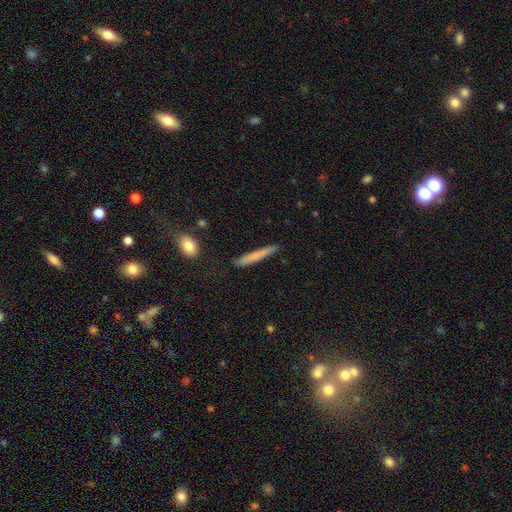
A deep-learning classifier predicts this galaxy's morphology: This is likely a smooth galaxy (68%). How rounded: clearly cigar-shaped (95%). Merging: clearly none (84%).